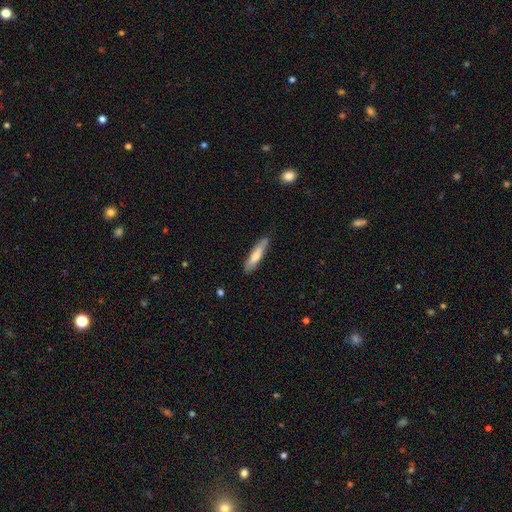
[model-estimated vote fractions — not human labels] Morphology: type=smooth (68%); roundness=cigar-shaped (84%); merging=none (79%).